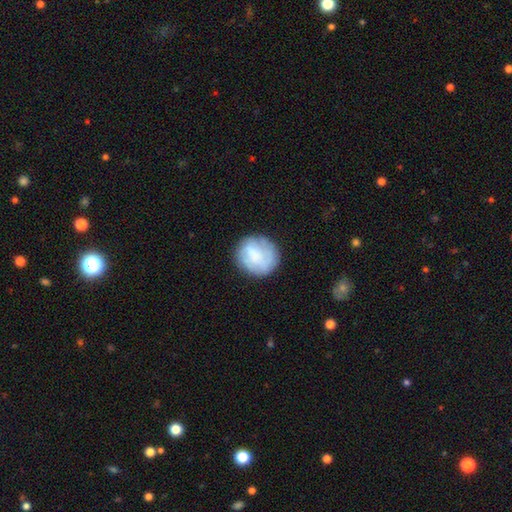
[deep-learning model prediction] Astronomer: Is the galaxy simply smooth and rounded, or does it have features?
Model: smooth — 63%.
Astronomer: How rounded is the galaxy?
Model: round — 81%.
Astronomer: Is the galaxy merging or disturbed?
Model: none — 73%.